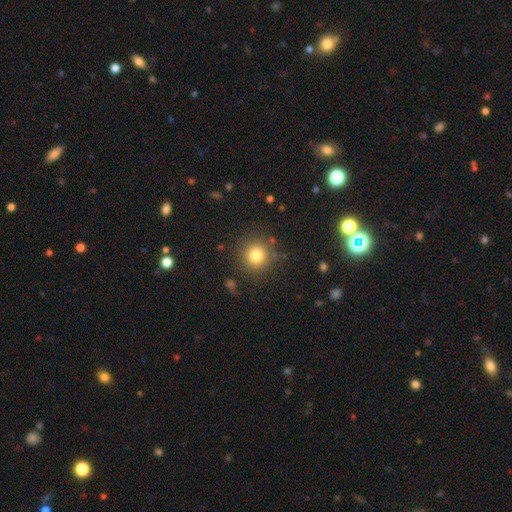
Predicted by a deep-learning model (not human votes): smooth-or-featured: smooth: 80% | star or artifact: 12% | featured or disk: 8%
  how-rounded: round: 93% | in between: 6% | cigar-shaped: 1%
  merging: none: 86% | minor disturbance: 8% | major disturbance: 4% | merger: 2%